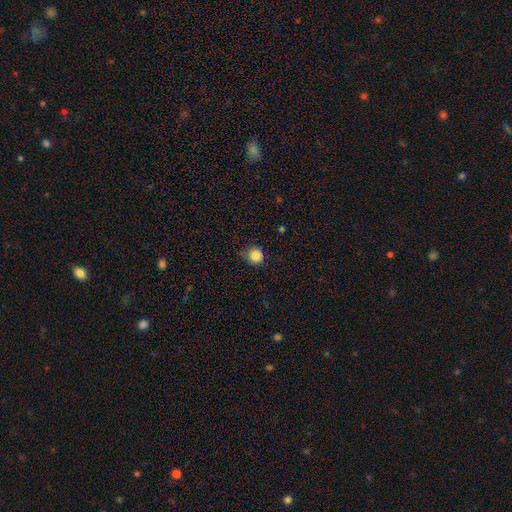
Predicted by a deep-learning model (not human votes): Overall: smooth (86%). How rounded: round (92%). Merging: none (79%).